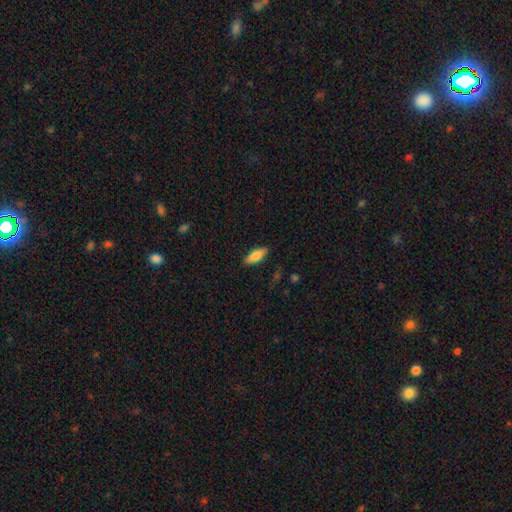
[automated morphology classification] Smooth or featured?
  - smooth: 78% *
  - featured or disk: 16%
  - star or artifact: 6%
How rounded?
  - in between: 67% *
  - cigar-shaped: 31%
  - round: 2%
Merging?
  - none: 86% *
  - minor disturbance: 10%
  - major disturbance: 2%
  - merger: 1%